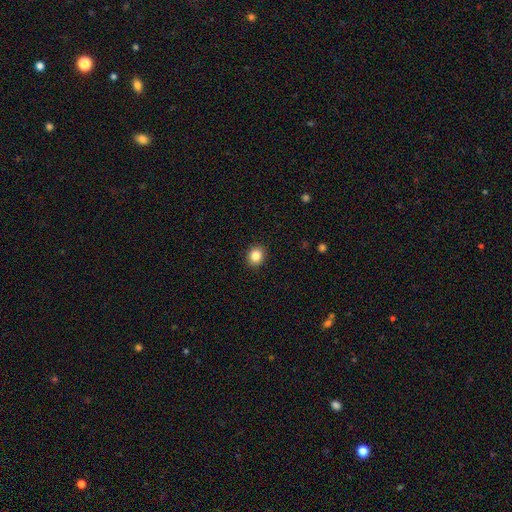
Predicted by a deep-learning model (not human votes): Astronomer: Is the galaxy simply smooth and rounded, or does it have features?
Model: smooth — 85%.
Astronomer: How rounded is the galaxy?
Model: round — 78%.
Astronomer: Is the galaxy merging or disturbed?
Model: none — 92%.